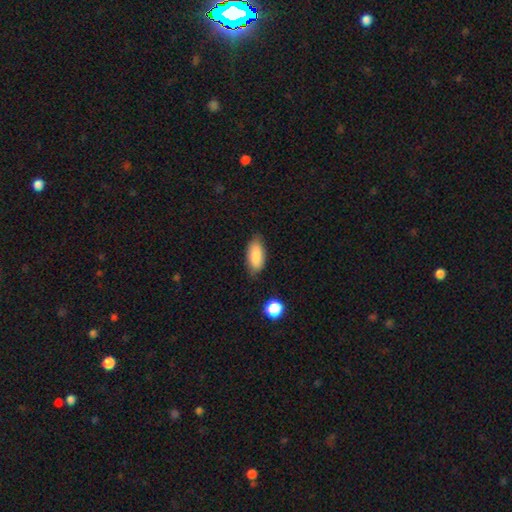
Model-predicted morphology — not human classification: The model was most divided on "merging": none: 79%, minor disturbance: 16%, major disturbance: 3%, merger: 2%. More confident: how rounded — in between (87%); smooth or featured — smooth (86%).